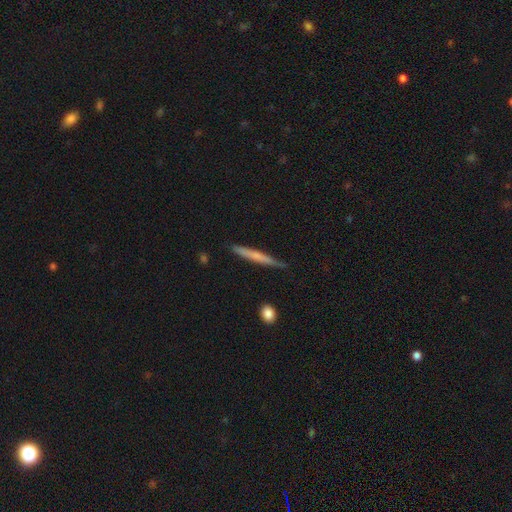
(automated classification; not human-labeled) smooth_or_featured: smooth (p=0.55) [alt: featured or disk p=0.40]
how_rounded: cigar-shaped (p=0.96) [alt: in between p=0.03]
merging: none (p=0.83) [alt: minor disturbance p=0.13]